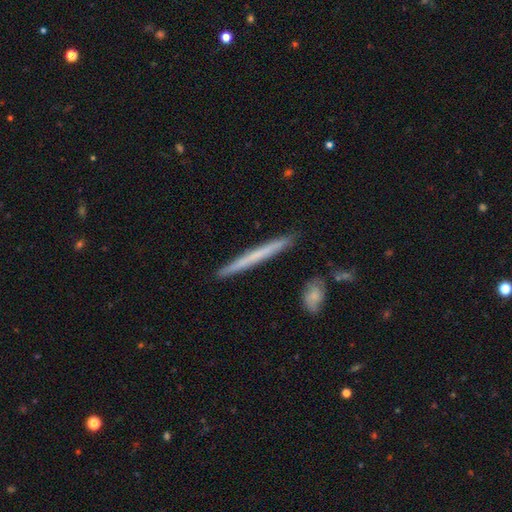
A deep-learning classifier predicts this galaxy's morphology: Smooth or featured? smooth (54%)
How rounded? cigar-shaped (97%)
Merging? none (91%)